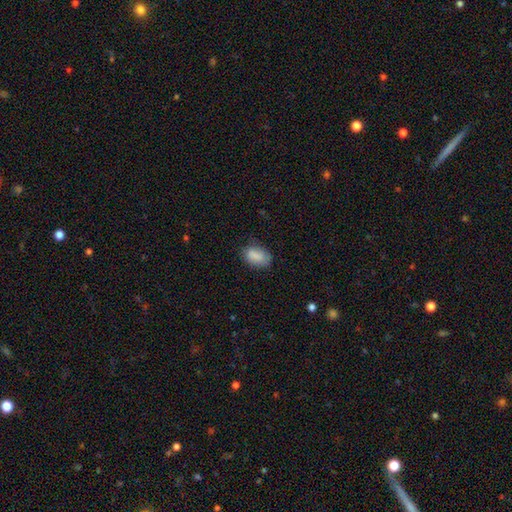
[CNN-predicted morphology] Smooth or featured: smooth — 86% (star or artifact — 7%)
How rounded: in between — 88% (round — 11%)
Merging: none — 70% (minor disturbance — 23%)